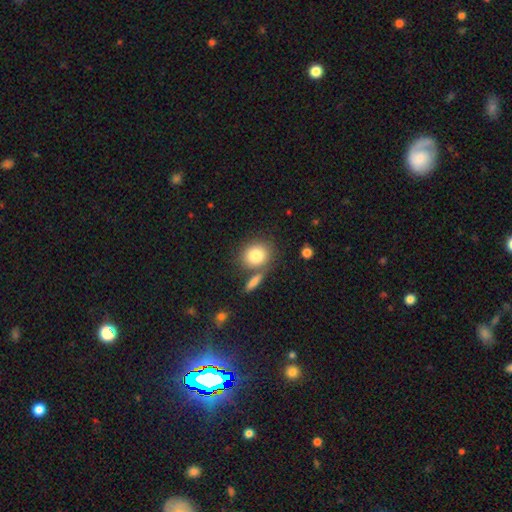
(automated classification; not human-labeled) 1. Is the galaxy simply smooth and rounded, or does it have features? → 82% smooth, 10% featured or disk, 8% star or artifact.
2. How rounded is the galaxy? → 68% round, 30% in between, 2% cigar-shaped.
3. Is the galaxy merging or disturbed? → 66% none, 19% merger, 11% minor disturbance, 4% major disturbance.